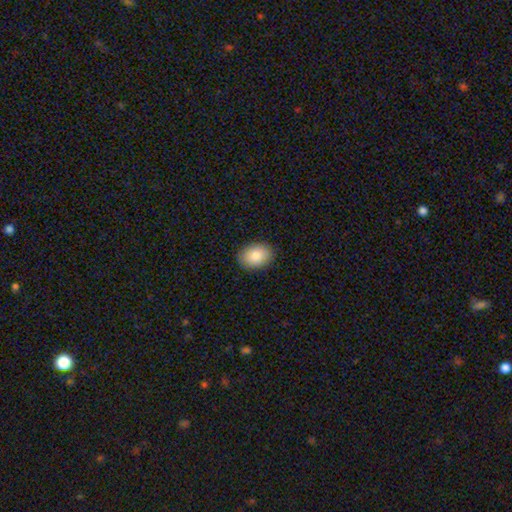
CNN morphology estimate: Overall: smooth (87%). How rounded: in between (78%). Merging: none (89%).